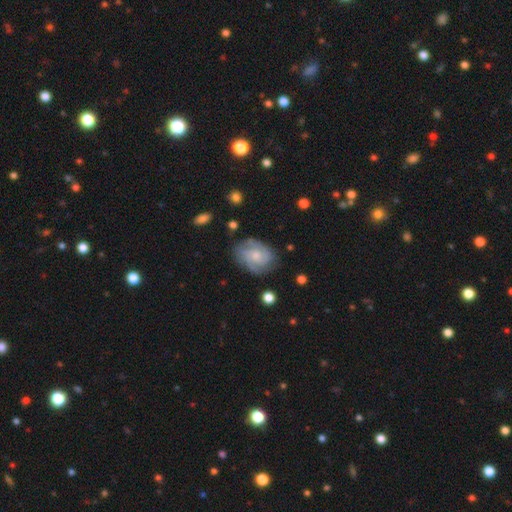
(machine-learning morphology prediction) Overall: featured or disk (80%). Edge-on disk: no (98%). Bar: no (65%; weak 31%). Spiral arms: yes (95%). Spiral arm count: 2 (37%; 3 30%). Spiral winding: tight (51%; medium 39%). Bulge size: small (49%; moderate 39%). Merging: none (75%).